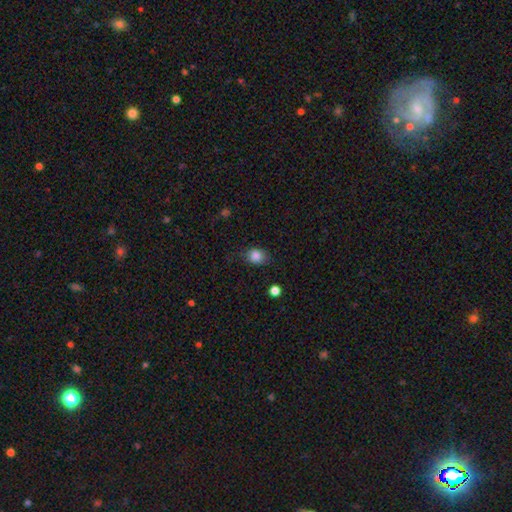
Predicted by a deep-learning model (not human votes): Smooth or featured: smooth — 85% (star or artifact — 10%)
How rounded: round — 52% (in between — 47%)
Merging: none — 73% (minor disturbance — 20%)